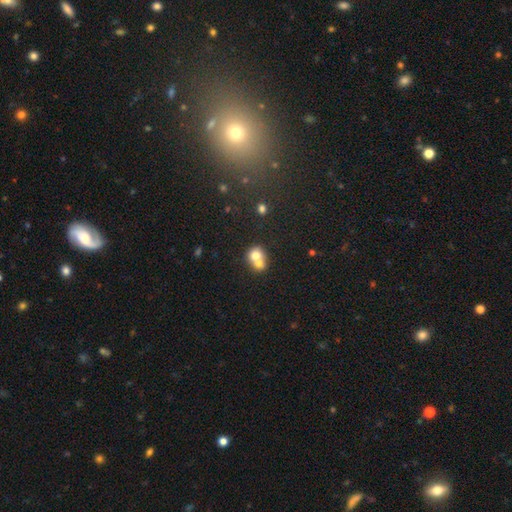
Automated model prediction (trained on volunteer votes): smooth 69%, featured or disk 20%, star or artifact 10%. Down the decision tree: how rounded — round (72%); merging — merger (68%).